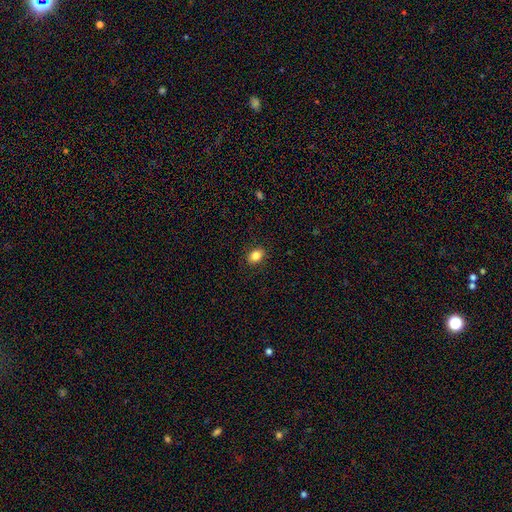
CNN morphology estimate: This appears to be a smooth galaxy with no disk features (84%) that is in between round and cigar-shaped (76%). Merging: none (88%).